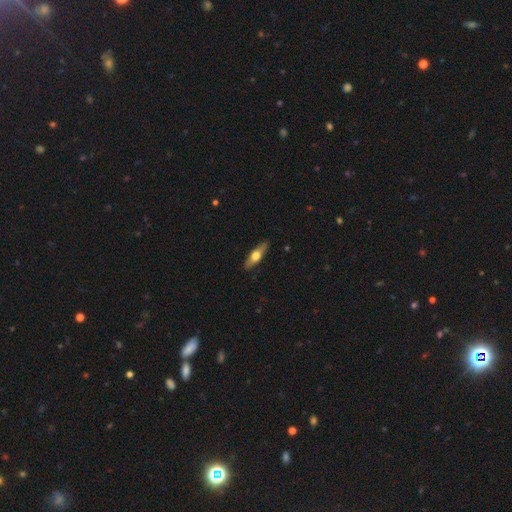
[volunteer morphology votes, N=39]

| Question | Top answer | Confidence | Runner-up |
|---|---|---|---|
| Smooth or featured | smooth | 54% | featured or disk (44%) |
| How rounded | cigar-shaped | 62% | in between (38%) |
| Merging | none | 95% | minor disturbance (3%) |